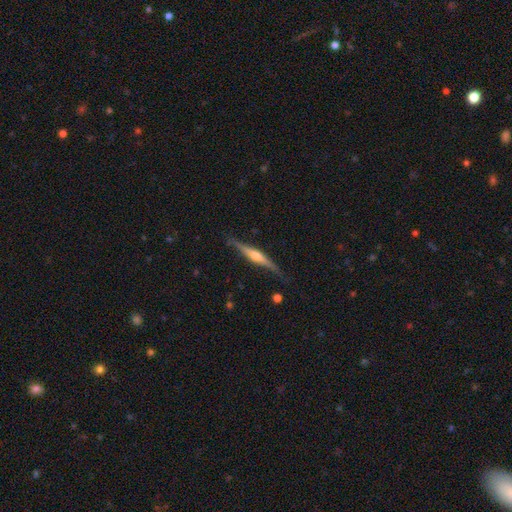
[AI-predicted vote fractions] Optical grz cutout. It shows a featured or disk galaxy (78%) viewed edge-on (98%) with a rounded central bulge (91%). Merging: none (81%).